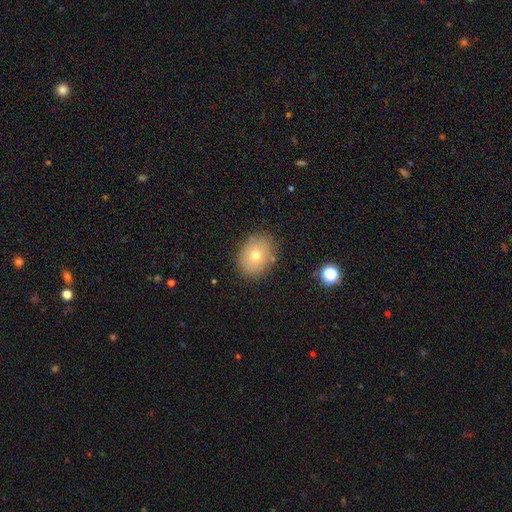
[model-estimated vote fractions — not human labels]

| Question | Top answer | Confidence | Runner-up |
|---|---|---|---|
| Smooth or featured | smooth | 72% | featured or disk (17%) |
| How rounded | in between | 59% | round (40%) |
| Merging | none | 84% | minor disturbance (11%) |